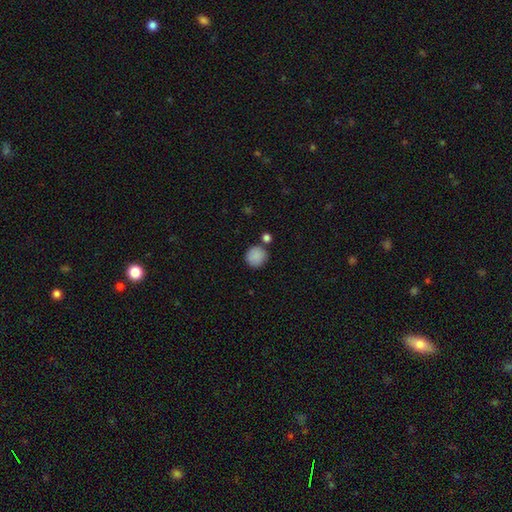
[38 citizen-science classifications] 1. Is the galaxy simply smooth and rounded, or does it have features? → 92% smooth, 5% star or artifact, 3% featured or disk.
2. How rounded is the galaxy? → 91% round, 9% in between, 0% cigar-shaped.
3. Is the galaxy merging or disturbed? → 81% none, 11% merger, 6% minor disturbance, 3% major disturbance.